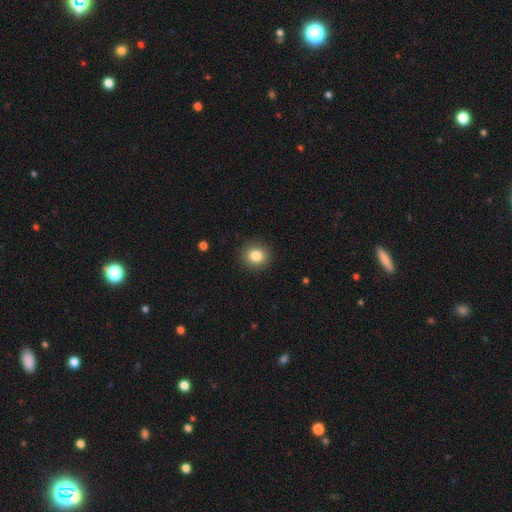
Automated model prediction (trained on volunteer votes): Morphology: type=smooth (84%); roundness=round (82%); merging=none (90%).